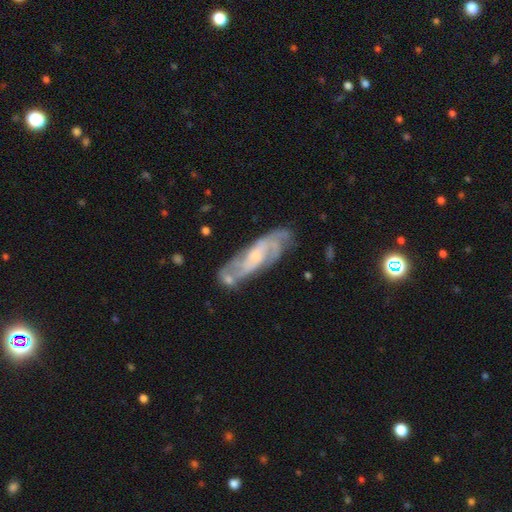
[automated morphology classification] This is likely a featured or disk galaxy (80%). It is clearly not viewed edge-on (83%). Bar: possibly no (52%). Spiral arm pattern: clearly yes (93%). Spiral arm count: marginally 2 (39%). Spiral winding: marginally medium (43%). Central bulge: possibly small (52%). Merging: likely none (66%).